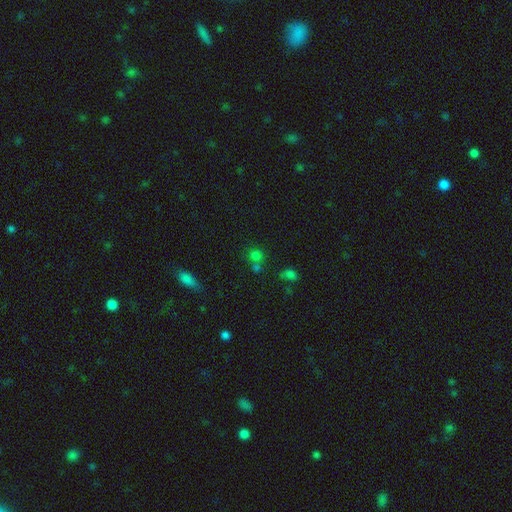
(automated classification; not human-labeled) smooth-or-featured: smooth: 69% | star or artifact: 24% | featured or disk: 7%
  how-rounded: round: 83% | in between: 15% | cigar-shaped: 1%
  merging: none: 57% | merger: 28% | minor disturbance: 10% | major disturbance: 5%